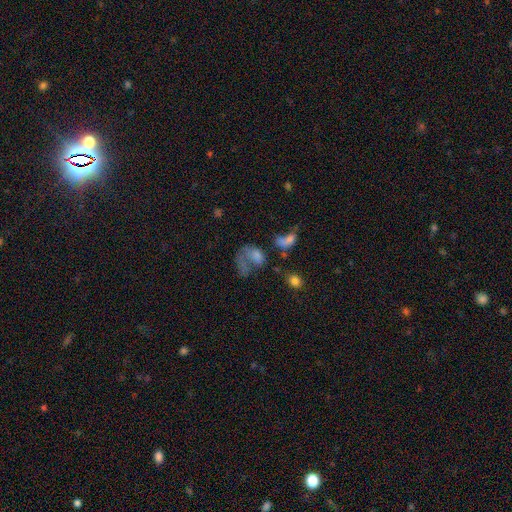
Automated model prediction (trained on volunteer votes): A smooth galaxy with no disk features (44%). Merging: major disturbance (41%).